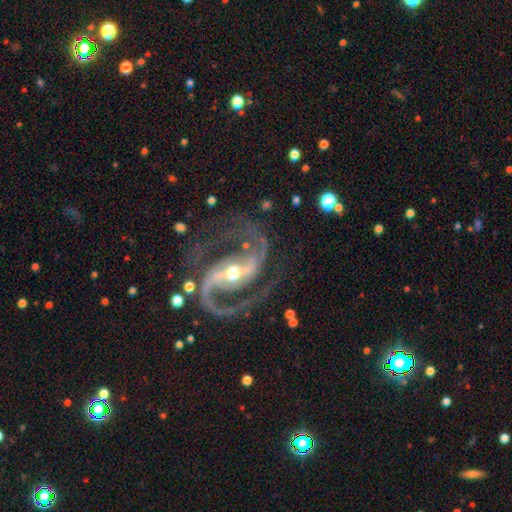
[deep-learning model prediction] Smooth or featured: featured or disk — 92% (star or artifact — 5%)
Edge-on disk: no — 97% (yes — 3%)
Bar: strong — 54% (weak — 27%)
Spiral arms: yes — 98% (no — 2%)
Spiral winding: medium — 62% (loose — 20%)
Spiral arm count: 2 — 92% (3 — 2%)
Bulge size: small — 52% (moderate — 43%)
Merging: none — 72% (minor disturbance — 14%)